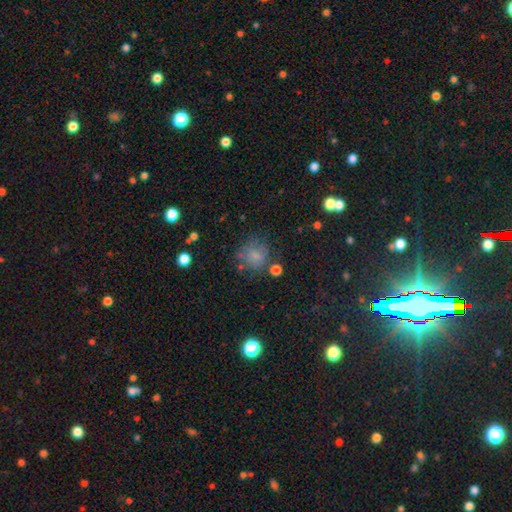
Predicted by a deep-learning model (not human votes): Smooth or featured? Predicted: smooth (p=0.73). How rounded? Predicted: round (p=0.84). Merging? Predicted: none (p=0.66).